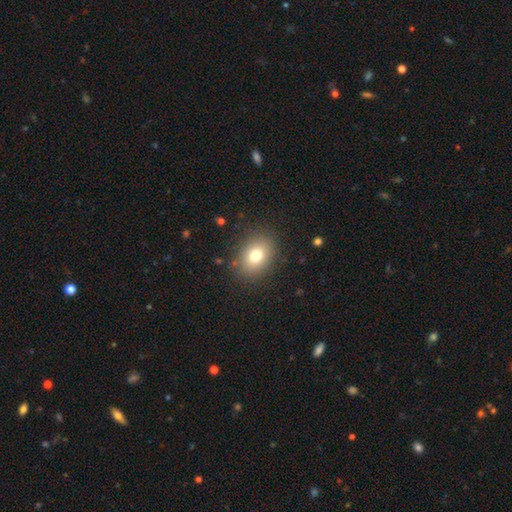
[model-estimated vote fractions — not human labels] Overall: smooth (76%). How rounded: in between (66%; round 33%). Merging: none (86%).